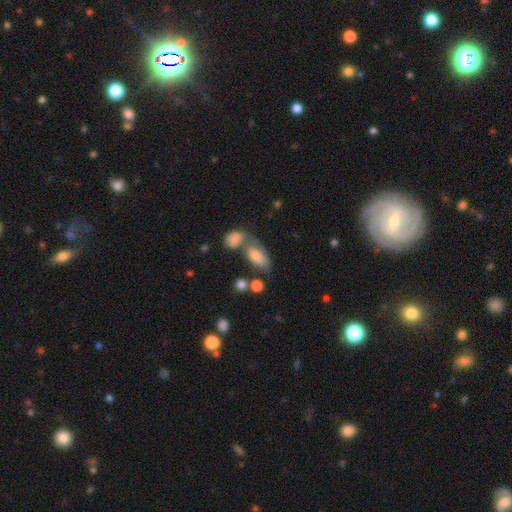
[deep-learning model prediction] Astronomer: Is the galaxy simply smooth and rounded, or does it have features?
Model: smooth — 72%.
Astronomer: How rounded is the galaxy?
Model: in between — 89%.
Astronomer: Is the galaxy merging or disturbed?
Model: merger — 40% (runner-up: none, 38%).